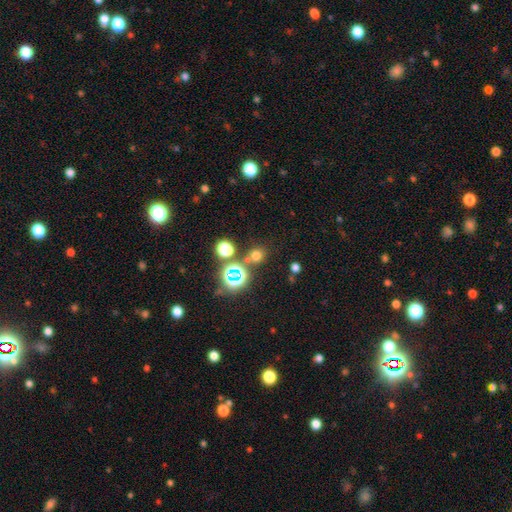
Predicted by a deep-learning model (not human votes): A smooth galaxy with no disk features (62%) that is round (85%).

Vote fractions:
- Smooth or featured? smooth: 62% / star or artifact: 31% / featured or disk: 7%
- How rounded? round: 85% / in between: 14% / cigar-shaped: 1%
- Merging? none: 76% / merger: 12% / minor disturbance: 9% / major disturbance: 4%